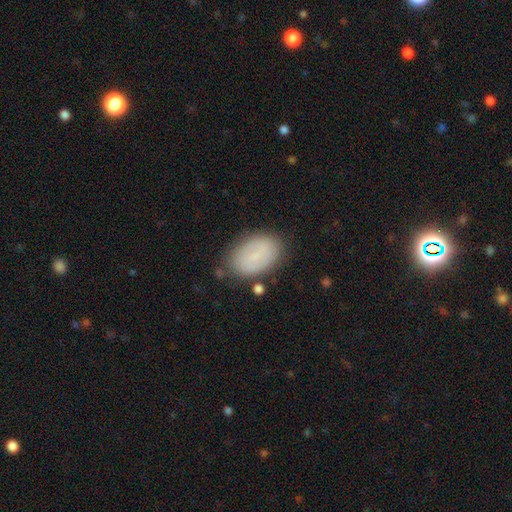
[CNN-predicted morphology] smooth_or_featured: smooth (p=0.66) [alt: featured or disk p=0.25]
how_rounded: in between (p=0.87) [alt: round p=0.12]
merging: none (p=0.78) [alt: minor disturbance p=0.15]